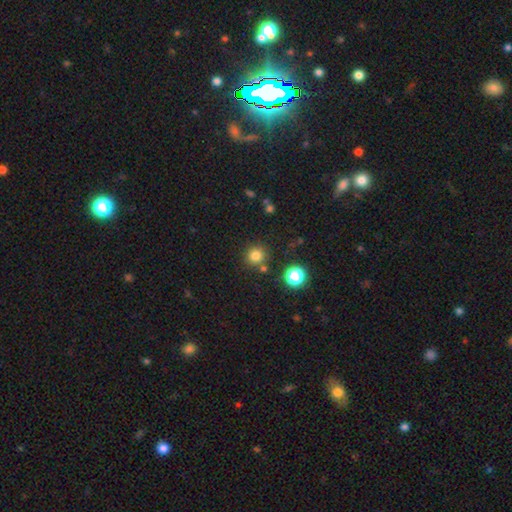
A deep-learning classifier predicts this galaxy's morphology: A smooth galaxy with no disk features (79%) that is round (91%). Merging: none (81%).